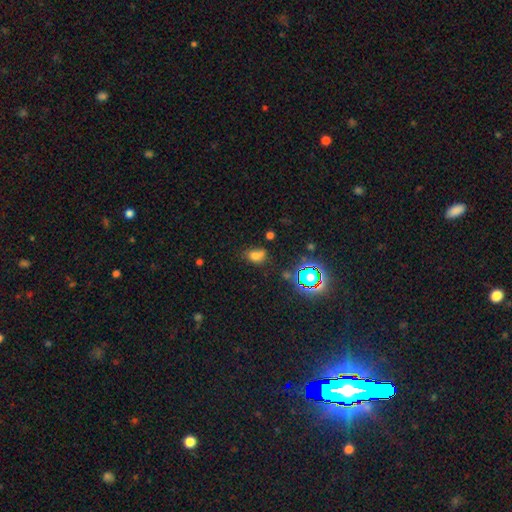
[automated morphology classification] A smooth galaxy with no disk features (66%) that is in between round and cigar-shaped (71%). Merging: none (45%).